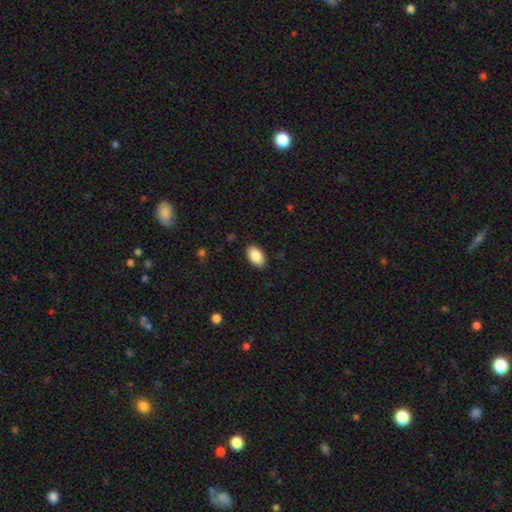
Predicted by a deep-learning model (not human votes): Smooth or featured? smooth (87%)
How rounded? in between (94%)
Merging? none (88%)